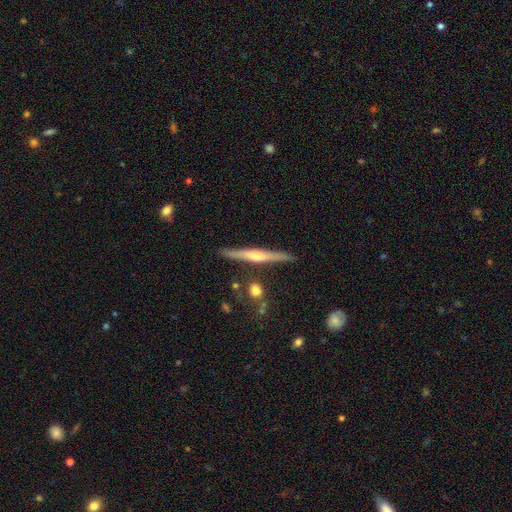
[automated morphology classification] Smooth or featured? Predicted: featured or disk (p=0.78). Edge-on disk? Predicted: yes (p=0.98). Edge-on bulge? Predicted: rounded (p=0.82). Merging? Predicted: none (p=0.87).